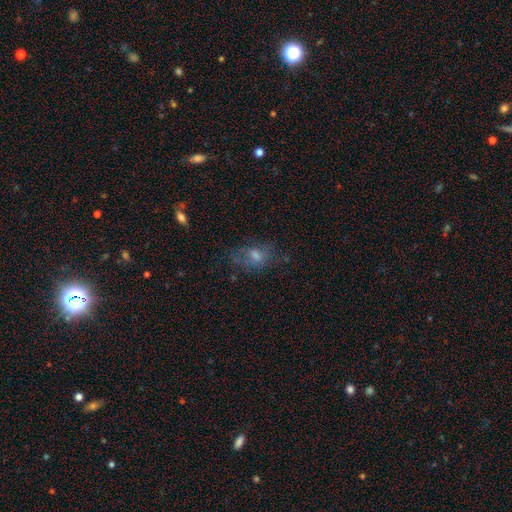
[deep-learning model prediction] Overall: smooth (48%; featured or disk 35%). Merging: none (54%; minor disturbance 23%).